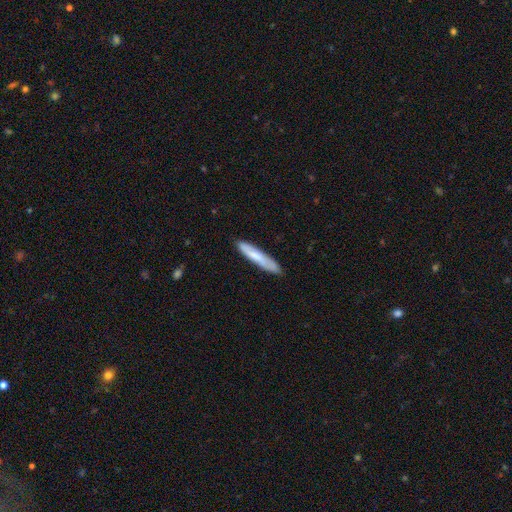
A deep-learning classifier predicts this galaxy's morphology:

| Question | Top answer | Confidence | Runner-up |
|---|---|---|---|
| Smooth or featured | smooth | 70% | featured or disk (24%) |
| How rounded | cigar-shaped | 90% | in between (9%) |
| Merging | none | 84% | minor disturbance (13%) |